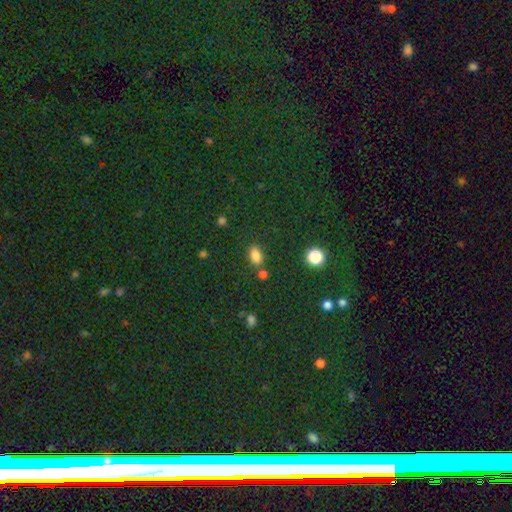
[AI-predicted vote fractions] Overall: smooth (81%). How rounded: in between (84%). Merging: none (72%).